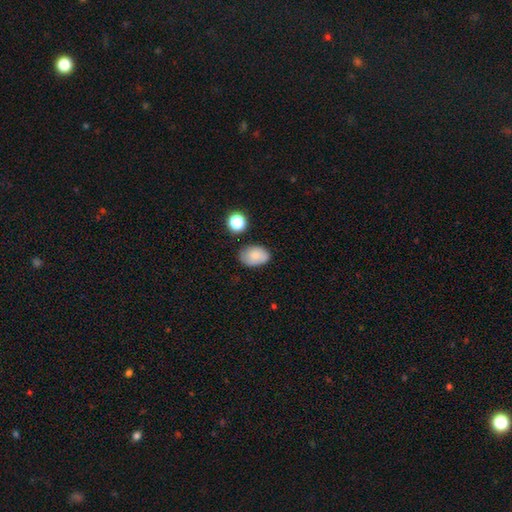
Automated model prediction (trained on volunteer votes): A smooth galaxy with no disk features (81%) that is in between round and cigar-shaped (83%).

Vote fractions:
- Smooth or featured? smooth: 81% / featured or disk: 10% / star or artifact: 9%
- How rounded? in between: 83% / round: 16% / cigar-shaped: 1%
- Merging? none: 74% / minor disturbance: 19% / major disturbance: 4% / merger: 4%